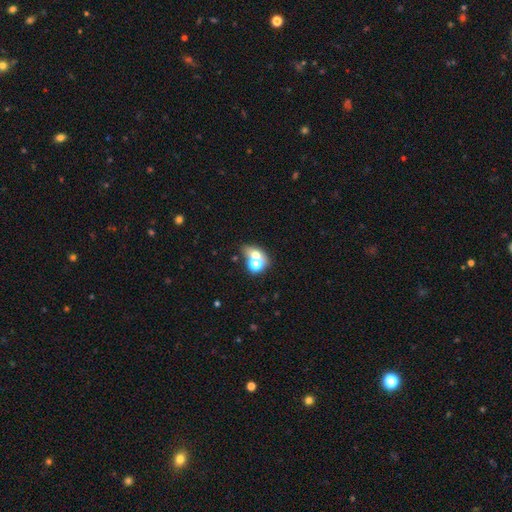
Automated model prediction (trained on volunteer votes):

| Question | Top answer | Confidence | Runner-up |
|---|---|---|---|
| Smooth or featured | smooth | 57% | star or artifact (22%) |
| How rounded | round | 50% | in between (47%) |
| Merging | merger | 48% | none (37%) |